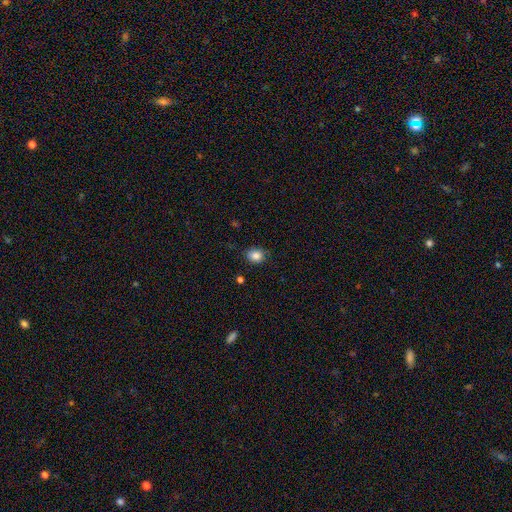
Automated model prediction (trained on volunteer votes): Smooth or featured: smooth — 86% (star or artifact — 10%)
How rounded: round — 64% (in between — 36%)
Merging: none — 83% (minor disturbance — 13%)